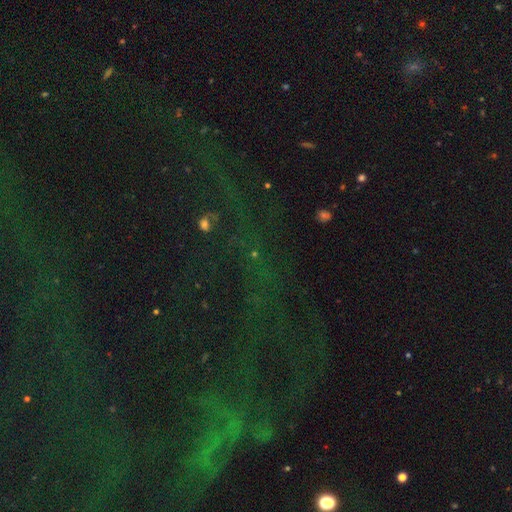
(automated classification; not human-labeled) The model was most divided on "smooth or featured": star or artifact: 73%, featured or disk: 14%, smooth: 12%.